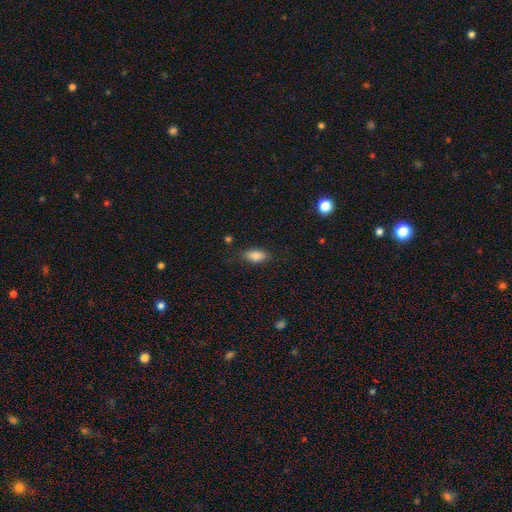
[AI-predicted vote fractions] Smooth or featured: smooth — 83% (featured or disk — 8%)
How rounded: in between — 85% (cigar-shaped — 11%)
Merging: none — 79% (minor disturbance — 15%)